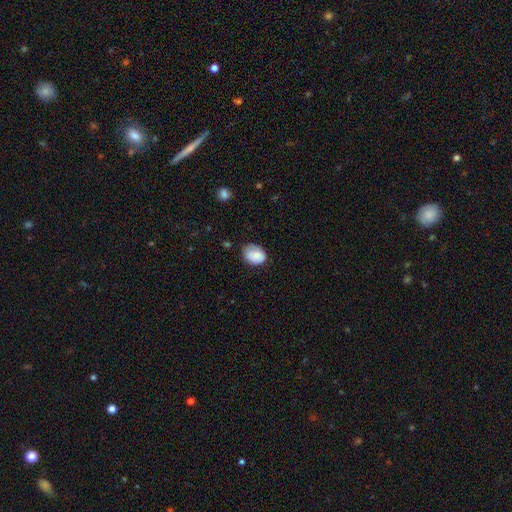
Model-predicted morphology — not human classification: The model was most divided on "merging": none: 60%, minor disturbance: 30%, major disturbance: 7%, merger: 2%. More confident: smooth or featured — smooth (81%); how rounded — in between (66%).